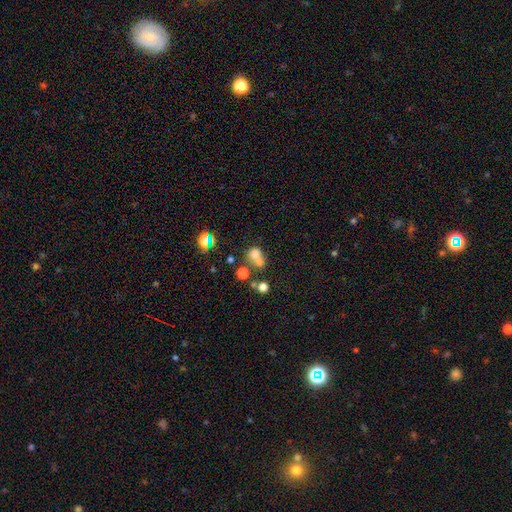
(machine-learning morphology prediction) Smooth or featured? smooth (64%)
How rounded? round (69%)
Merging? merger (55%)